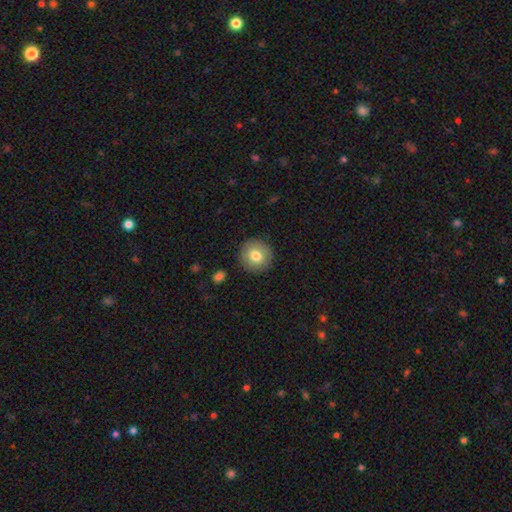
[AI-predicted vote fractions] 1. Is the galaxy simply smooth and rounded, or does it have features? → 77% smooth, 15% featured or disk, 8% star or artifact.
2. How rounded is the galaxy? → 94% round, 6% in between, 1% cigar-shaped.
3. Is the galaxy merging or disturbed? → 90% none, 7% minor disturbance, 2% major disturbance, 1% merger.